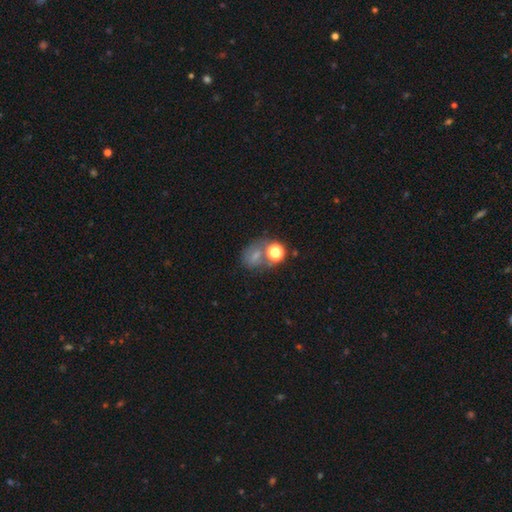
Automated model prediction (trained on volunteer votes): A smooth galaxy with no disk features (55%) that is round (56%).

Vote fractions:
- Smooth or featured? smooth: 55% / star or artifact: 25% / featured or disk: 19%
- How rounded? round: 56% / in between: 43% / cigar-shaped: 1%
- Merging? none: 42% / merger: 27% / minor disturbance: 16% / major disturbance: 15%